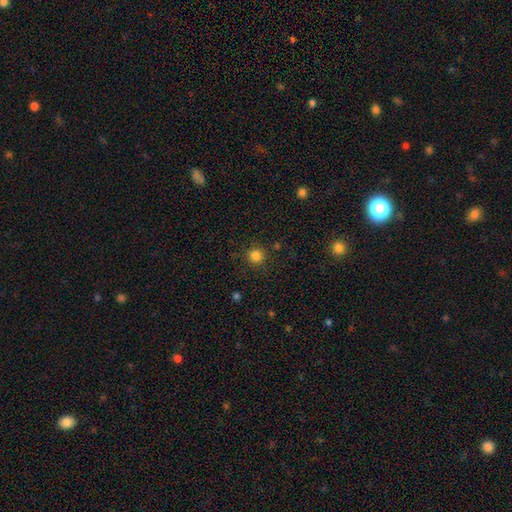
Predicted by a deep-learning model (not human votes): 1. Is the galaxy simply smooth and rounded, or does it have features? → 82% smooth, 14% star or artifact, 4% featured or disk.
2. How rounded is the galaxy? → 94% round, 5% in between, 1% cigar-shaped.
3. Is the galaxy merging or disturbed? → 88% none, 7% minor disturbance, 3% major disturbance, 2% merger.